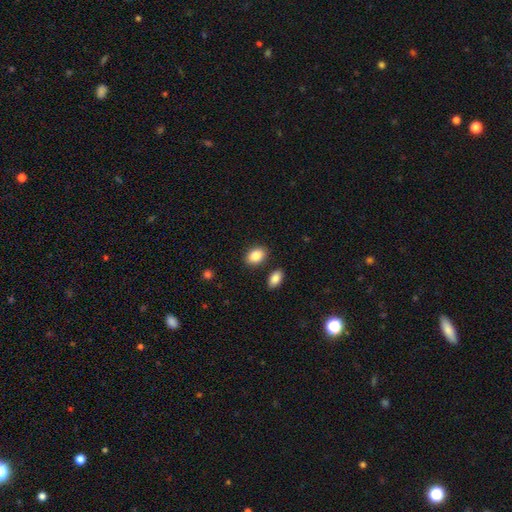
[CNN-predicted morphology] The model was most divided on "how rounded": in between: 81%, round: 18%, cigar-shaped: 1%. More confident: smooth or featured — smooth (86%); merging — none (83%).